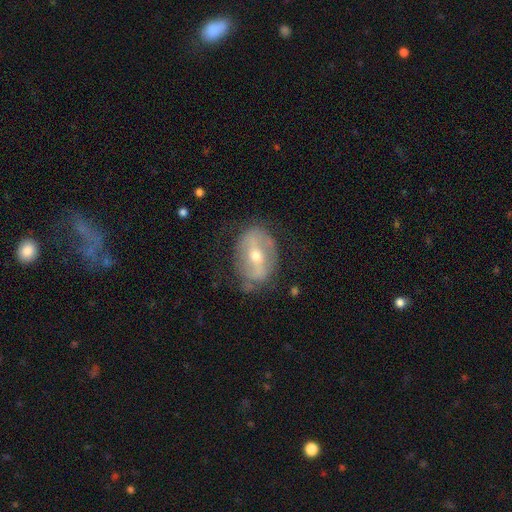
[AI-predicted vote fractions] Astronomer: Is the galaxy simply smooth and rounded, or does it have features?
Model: featured or disk — 72%.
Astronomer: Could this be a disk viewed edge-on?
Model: no — 91%.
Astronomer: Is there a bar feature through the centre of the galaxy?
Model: strong — 53% (runner-up: weak, 30%).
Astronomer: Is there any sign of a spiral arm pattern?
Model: yes — 52% (runner-up: no, 48%).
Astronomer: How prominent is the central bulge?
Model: moderate — 57% (runner-up: small, 39%).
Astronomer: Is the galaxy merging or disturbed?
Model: none — 70%.